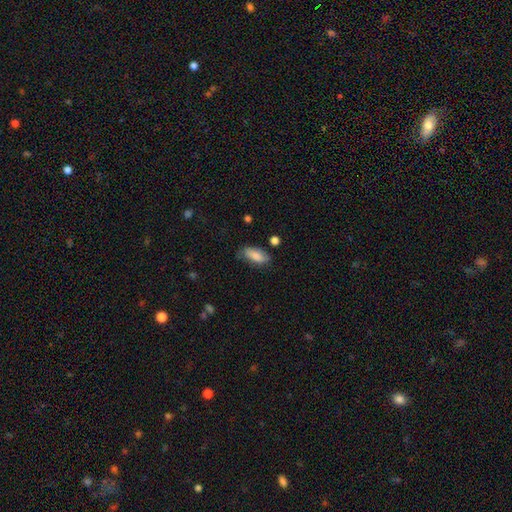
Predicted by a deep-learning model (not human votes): Smooth or featured?
  - smooth: 82% *
  - featured or disk: 12%
  - star or artifact: 7%
How rounded?
  - in between: 82% *
  - cigar-shaped: 16%
  - round: 2%
Merging?
  - none: 69% *
  - minor disturbance: 23%
  - major disturbance: 5%
  - merger: 3%